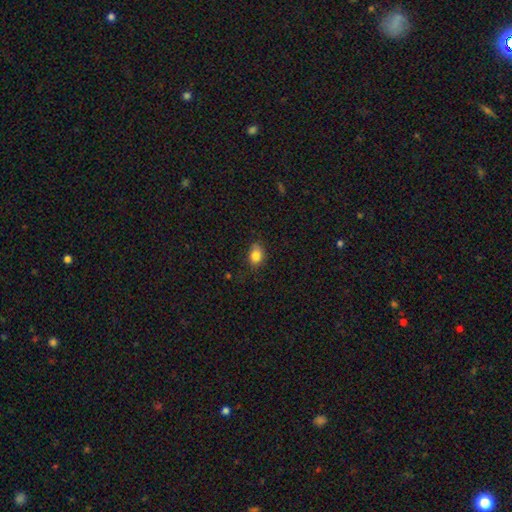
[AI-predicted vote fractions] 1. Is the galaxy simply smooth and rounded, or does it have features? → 84% smooth, 10% star or artifact, 6% featured or disk.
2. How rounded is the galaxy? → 62% in between, 37% round, 1% cigar-shaped.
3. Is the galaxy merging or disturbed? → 70% none, 23% minor disturbance, 5% major disturbance, 1% merger.